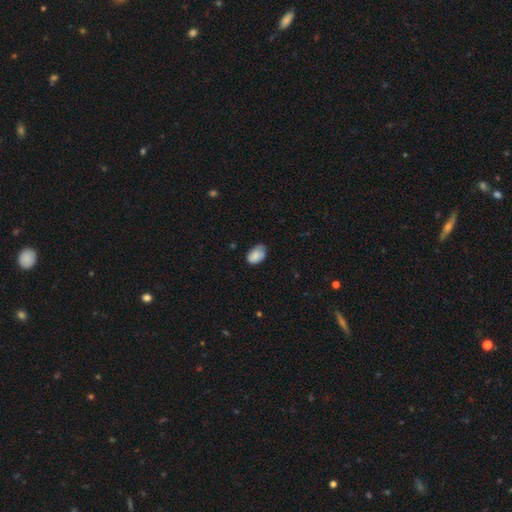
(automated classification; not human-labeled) Smooth or featured? smooth (81%)
How rounded? in between (88%)
Merging? none (58%)